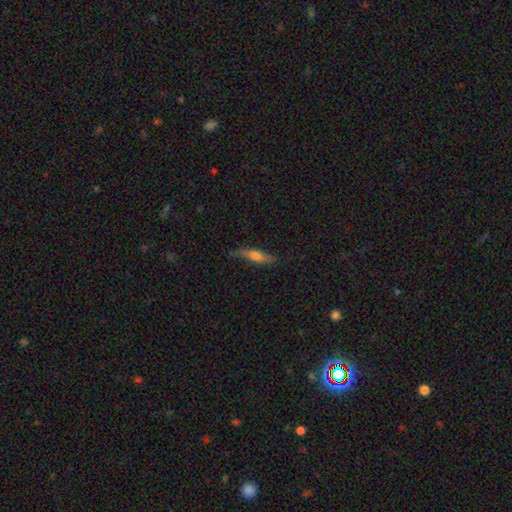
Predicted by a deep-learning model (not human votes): A smooth galaxy with no disk features (56%) that is cigar-shaped (69%). Merging: none (65%).